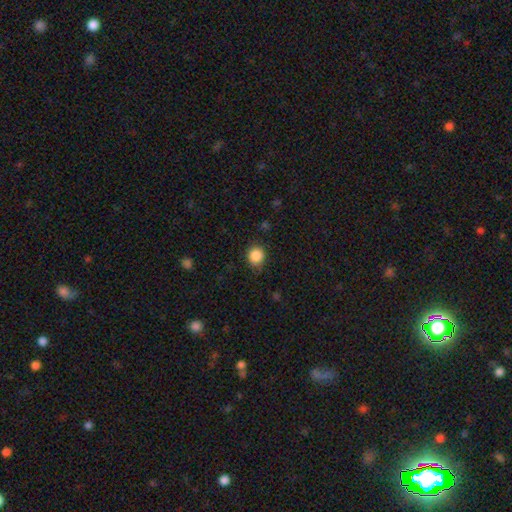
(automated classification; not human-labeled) Morphology: type=smooth (87%); roundness=round (87%); merging=none (82%).